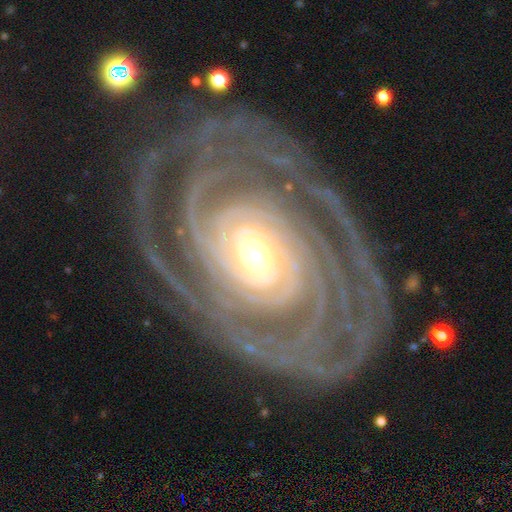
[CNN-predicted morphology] Smooth or featured? Predicted: featured or disk (p=0.93). Edge-on disk? Predicted: no (p=0.96). Bar? Predicted: no (p=0.54). Spiral arms? Predicted: yes (p=0.98). Spiral winding? Predicted: tight (p=0.86). Spiral arm count? Predicted: 4 (p=0.21, tied with more than 4). Bulge size? Predicted: moderate (p=0.54). Merging? Predicted: none (p=0.78).